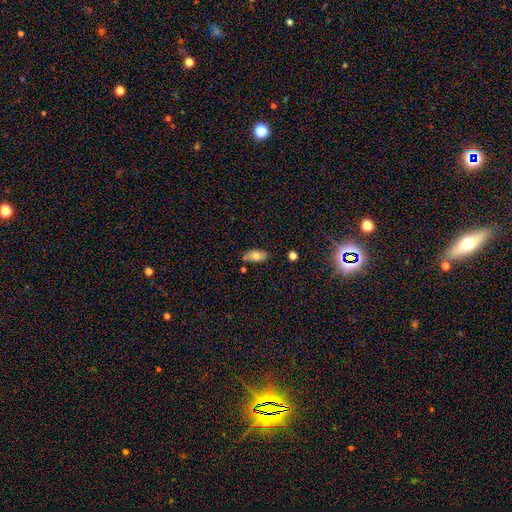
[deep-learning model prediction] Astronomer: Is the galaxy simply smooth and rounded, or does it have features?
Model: smooth — 76%.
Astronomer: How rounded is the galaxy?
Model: in between — 89%.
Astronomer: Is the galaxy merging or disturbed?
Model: none — 77%.